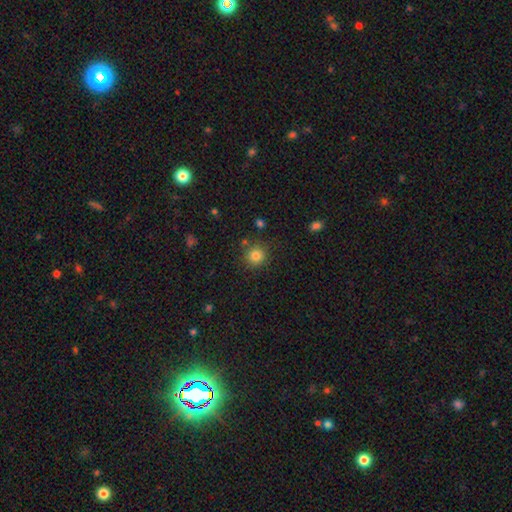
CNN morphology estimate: Smooth or featured?
  - smooth: 82% *
  - star or artifact: 12%
  - featured or disk: 6%
How rounded?
  - round: 91% *
  - in between: 8%
  - cigar-shaped: 1%
Merging?
  - none: 84% *
  - minor disturbance: 9%
  - merger: 4%
  - major disturbance: 3%